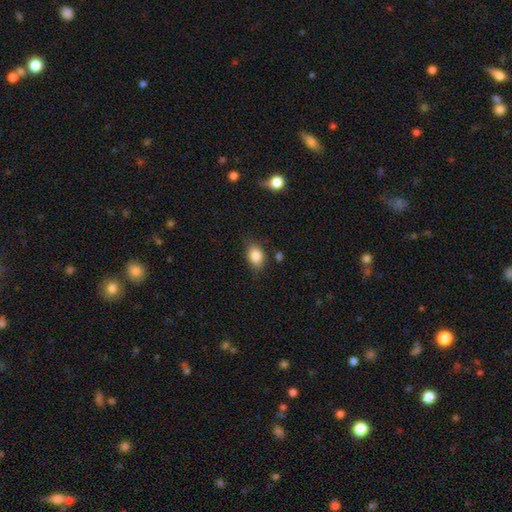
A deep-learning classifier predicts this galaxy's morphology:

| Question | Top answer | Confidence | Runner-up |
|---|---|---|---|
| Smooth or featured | smooth | 84% | star or artifact (9%) |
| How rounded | in between | 73% | round (26%) |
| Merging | none | 75% | minor disturbance (18%) |